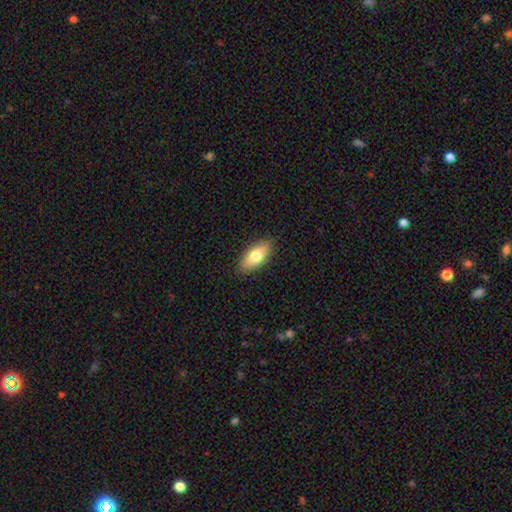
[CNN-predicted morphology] Overall: smooth (76%). How rounded: in between (84%). Merging: none (88%).